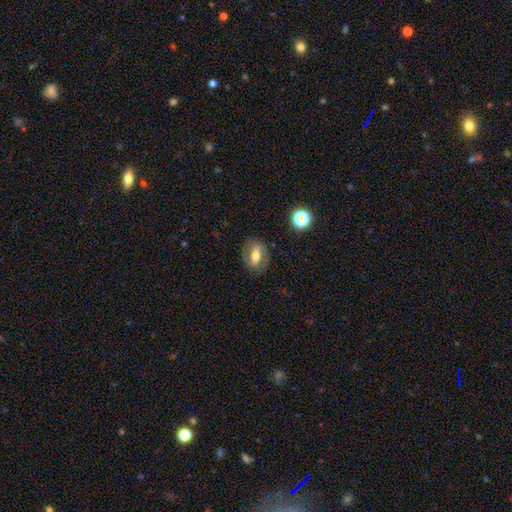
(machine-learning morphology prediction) Overall: featured or disk (55%; smooth 35%). Edge-on disk: no (90%). Merging: none (80%).